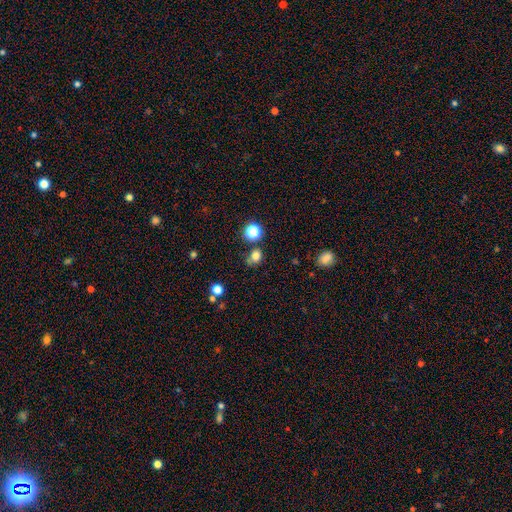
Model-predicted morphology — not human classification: A smooth galaxy with no disk features (74%) that is round (68%).

Vote fractions:
- Smooth or featured? smooth: 74% / star or artifact: 18% / featured or disk: 8%
- How rounded? round: 68% / in between: 31% / cigar-shaped: 1%
- Merging? none: 61% / minor disturbance: 18% / merger: 14% / major disturbance: 7%